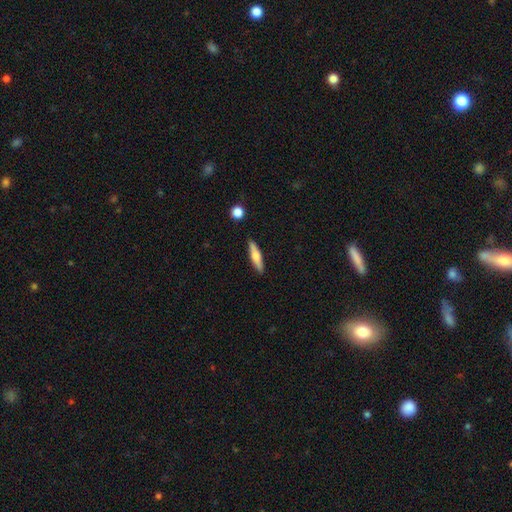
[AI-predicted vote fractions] Smooth or featured: smooth — 58% (featured or disk — 35%)
How rounded: cigar-shaped — 81% (in between — 17%)
Merging: none — 88% (minor disturbance — 8%)